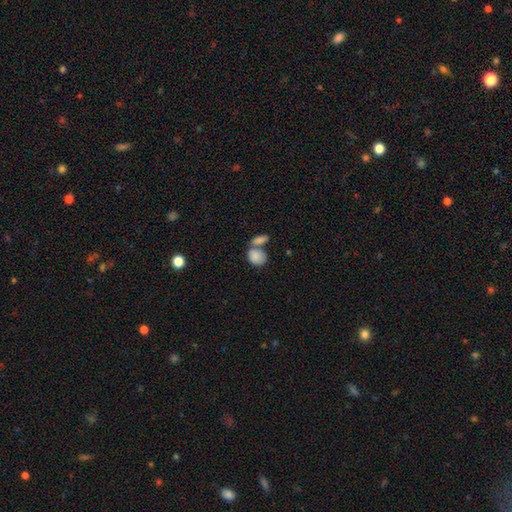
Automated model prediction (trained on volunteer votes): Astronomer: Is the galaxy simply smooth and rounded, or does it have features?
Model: smooth — 84%.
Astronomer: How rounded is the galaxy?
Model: in between — 67%.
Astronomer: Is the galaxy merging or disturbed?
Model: merger — 51% (runner-up: none, 32%).